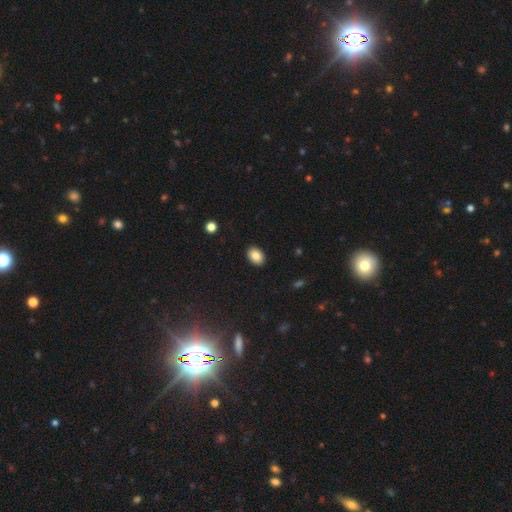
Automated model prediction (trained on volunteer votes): A smooth galaxy with no disk features (86%) that is in between round and cigar-shaped (81%). Merging: none (90%).